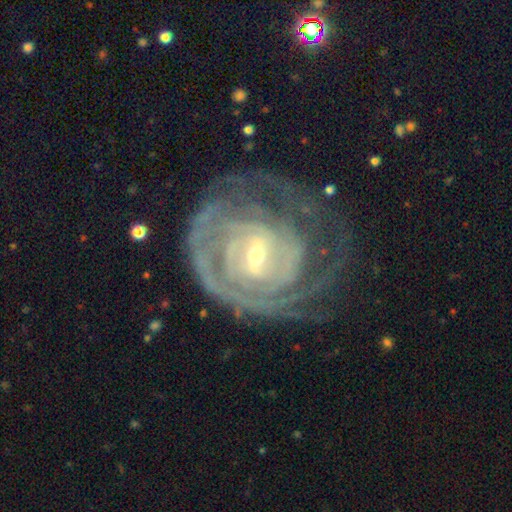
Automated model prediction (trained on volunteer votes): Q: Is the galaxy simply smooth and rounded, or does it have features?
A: featured or disk — 88%.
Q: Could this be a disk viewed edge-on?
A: no — 97%.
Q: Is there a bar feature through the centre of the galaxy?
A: weak — 49%.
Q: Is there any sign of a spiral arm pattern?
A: yes — 94%.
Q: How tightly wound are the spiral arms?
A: tight — 77%.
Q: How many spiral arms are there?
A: can't tell — 38%.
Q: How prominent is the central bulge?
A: small — 64%.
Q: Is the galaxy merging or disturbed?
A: none — 63%.